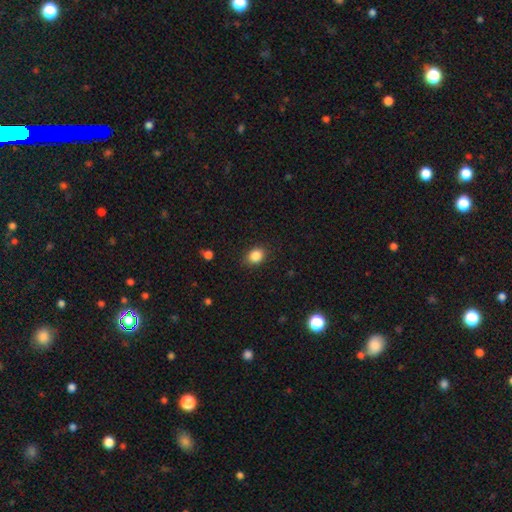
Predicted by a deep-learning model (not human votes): Smooth or featured? smooth (86%)
How rounded? round (51%)
Merging? none (86%)